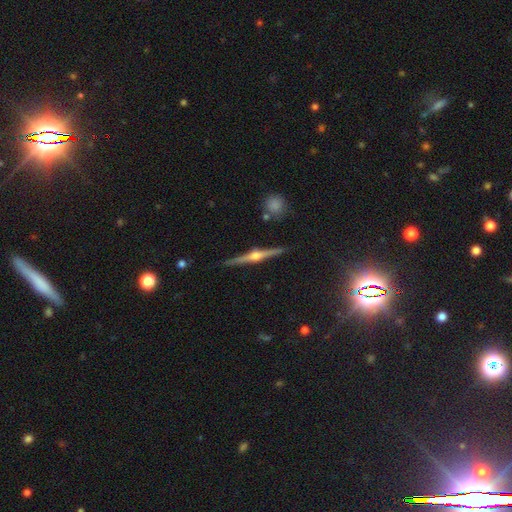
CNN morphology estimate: Smooth or featured: featured or disk — 83% (smooth — 11%)
Edge-on disk: yes — 98% (no — 2%)
Edge-on bulge: rounded — 94% (boxy — 4%)
Merging: none — 91% (minor disturbance — 7%)